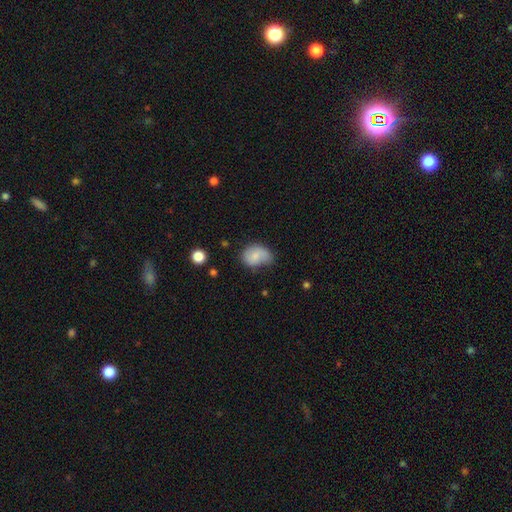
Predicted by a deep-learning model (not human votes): smooth-or-featured: smooth: 68% | featured or disk: 24% | star or artifact: 8%
  how-rounded: in between: 65% | round: 33% | cigar-shaped: 1%
  merging: none: 42% | minor disturbance: 40% | major disturbance: 14% | merger: 4%